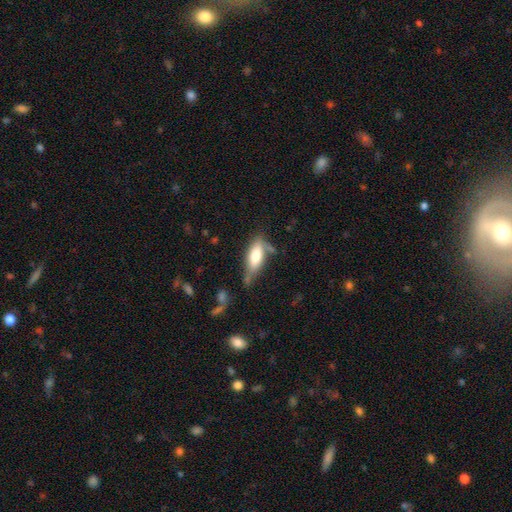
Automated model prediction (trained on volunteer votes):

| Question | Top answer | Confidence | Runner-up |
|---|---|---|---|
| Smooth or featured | smooth | 70% | featured or disk (23%) |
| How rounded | in between | 70% | cigar-shaped (28%) |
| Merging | none | 53% | minor disturbance (28%) |